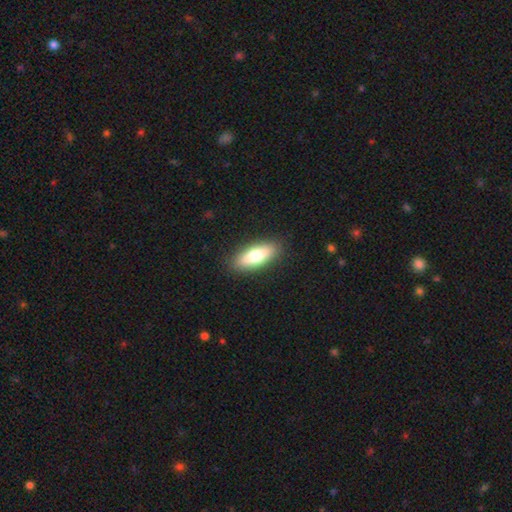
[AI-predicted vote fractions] Smooth or featured?
  - smooth: 70% *
  - featured or disk: 23%
  - star or artifact: 6%
How rounded?
  - in between: 66% *
  - cigar-shaped: 31%
  - round: 3%
Merging?
  - none: 89% *
  - minor disturbance: 8%
  - major disturbance: 2%
  - merger: 1%